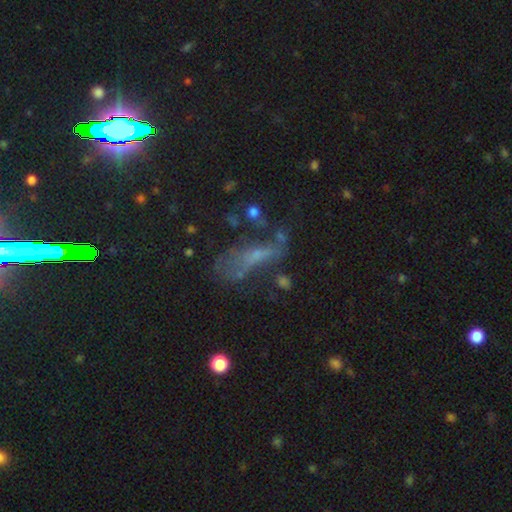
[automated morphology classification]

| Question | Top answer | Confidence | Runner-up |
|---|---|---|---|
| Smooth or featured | featured or disk | 39% | smooth (36%) |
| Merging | none | 35% | major disturbance (33%) |